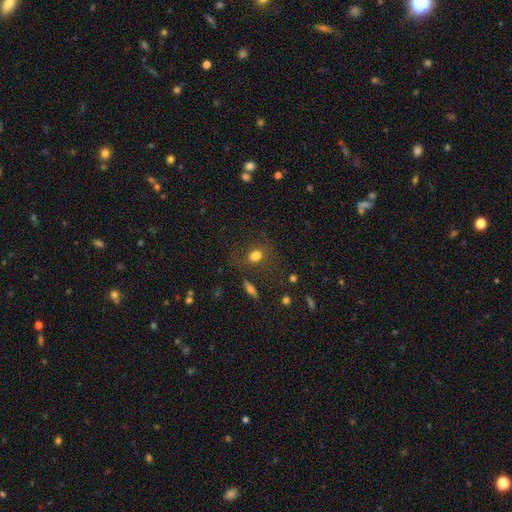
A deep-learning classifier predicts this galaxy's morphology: smooth-or-featured: smooth: 74% | star or artifact: 14% | featured or disk: 12%
  how-rounded: in between: 67% | round: 30% | cigar-shaped: 4%
  merging: none: 67% | minor disturbance: 17% | major disturbance: 10% | merger: 6%